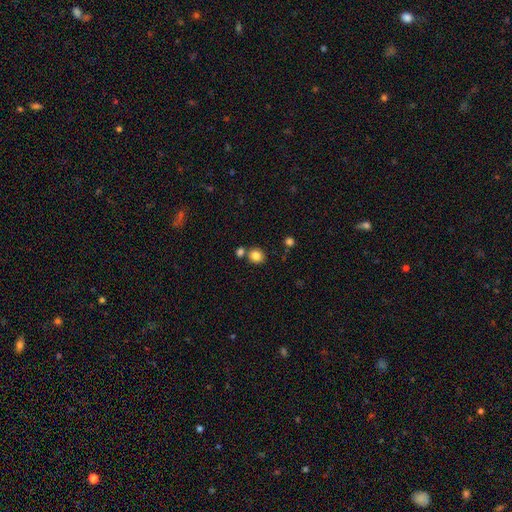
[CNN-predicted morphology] smooth-or-featured: smooth: 84% | star or artifact: 11% | featured or disk: 6%
  how-rounded: round: 79% | in between: 20% | cigar-shaped: 1%
  merging: none: 70% | merger: 18% | minor disturbance: 9% | major disturbance: 3%